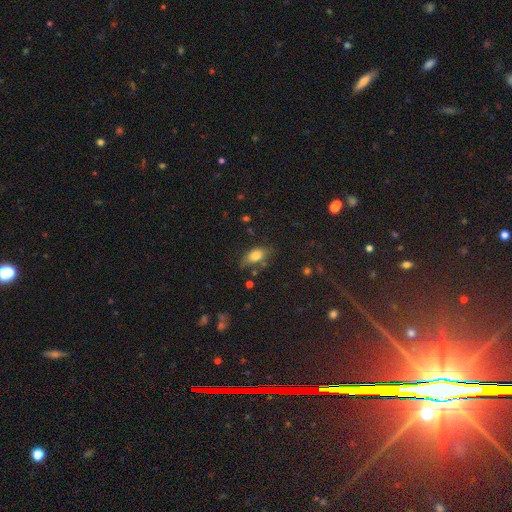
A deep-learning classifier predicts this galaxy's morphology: type=smooth (78%); roundness=in between (87%); merging=none (64%).